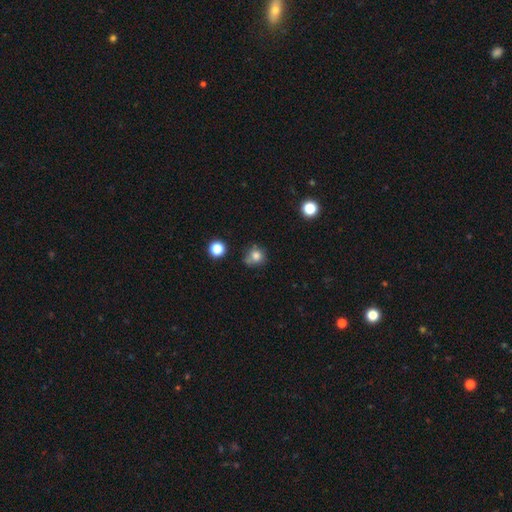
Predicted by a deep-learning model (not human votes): A smooth galaxy with no disk features (78%) that is round (82%).

Vote fractions:
- Smooth or featured? smooth: 78% / star or artifact: 14% / featured or disk: 8%
- How rounded? round: 82% / in between: 17% / cigar-shaped: 1%
- Merging? none: 56% / minor disturbance: 25% / merger: 10% / major disturbance: 8%